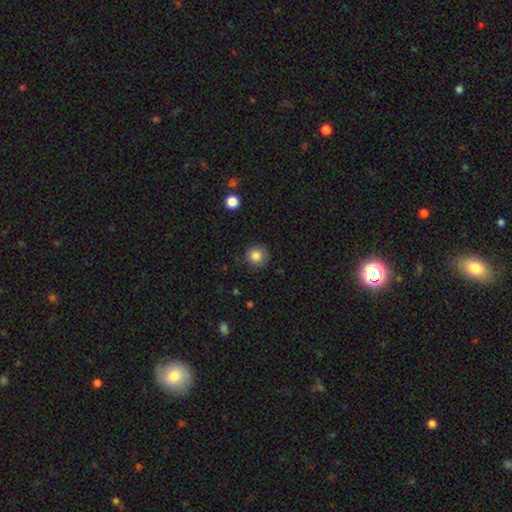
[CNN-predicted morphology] Smooth or featured: smooth — 85% (star or artifact — 10%)
How rounded: round — 93% (in between — 6%)
Merging: none — 83% (minor disturbance — 13%)